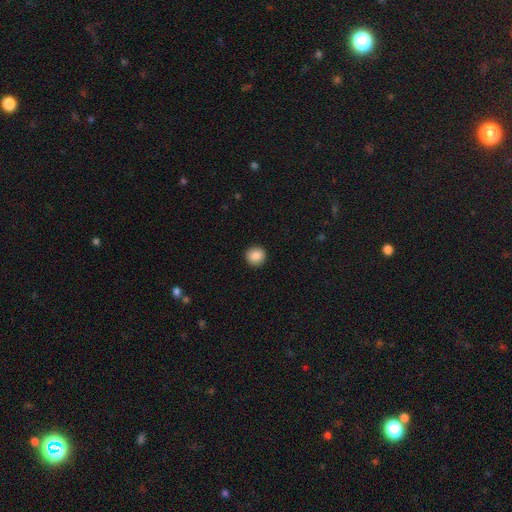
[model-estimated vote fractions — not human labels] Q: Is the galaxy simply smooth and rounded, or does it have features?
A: smooth — 87%.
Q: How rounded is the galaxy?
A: round — 93%.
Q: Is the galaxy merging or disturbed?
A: none — 93%.